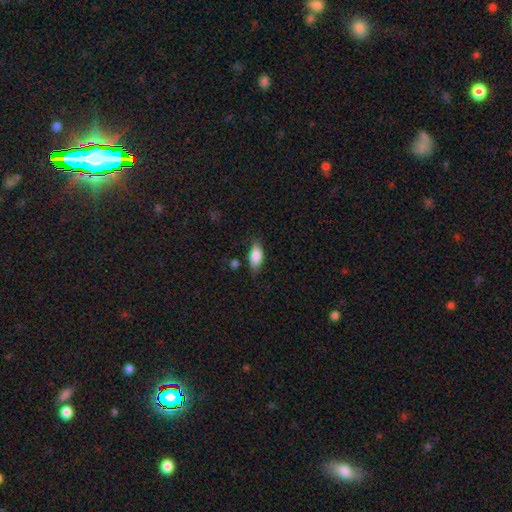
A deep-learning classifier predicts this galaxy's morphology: A smooth galaxy with no disk features (84%) that is in between round and cigar-shaped (88%). Merging: none (75%).